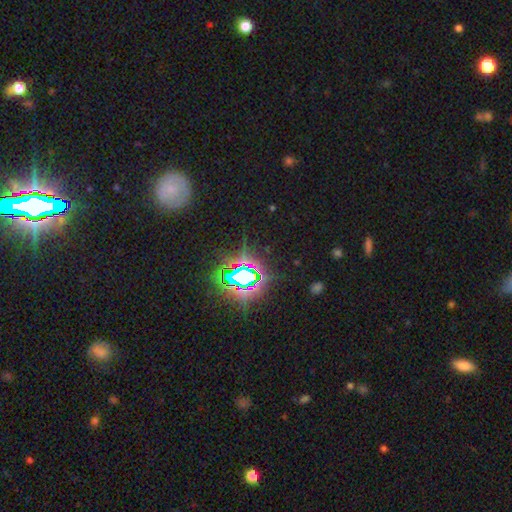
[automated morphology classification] Q: Smooth or featured?
A: star or artifact (79%); runner-up: smooth (11%)